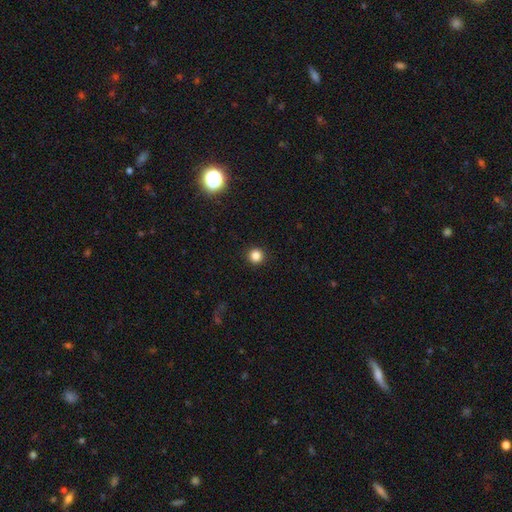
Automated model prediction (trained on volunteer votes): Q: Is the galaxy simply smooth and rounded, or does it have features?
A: smooth — 84%.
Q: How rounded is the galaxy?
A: round — 95%.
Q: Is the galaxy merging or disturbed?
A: none — 93%.